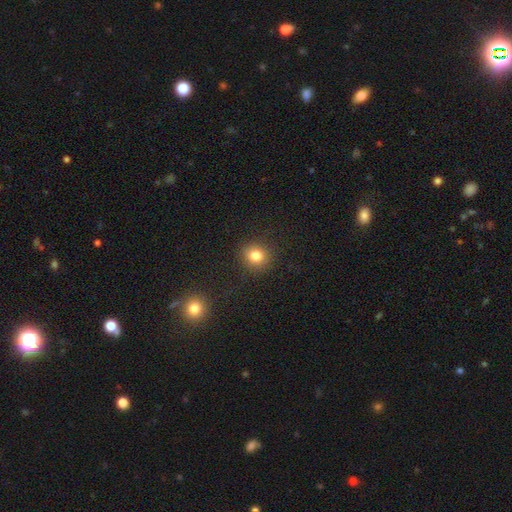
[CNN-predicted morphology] This appears to be a smooth galaxy with no disk features (81%) that is round (86%). Merging: none (88%).